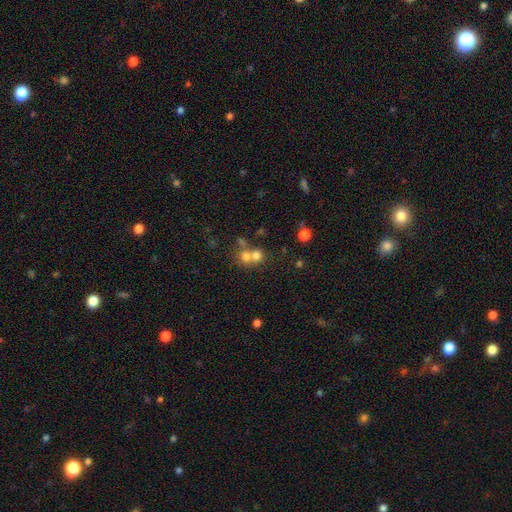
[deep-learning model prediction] A smooth galaxy with no disk features (68%) that is round (83%). Merging: merger (55%).